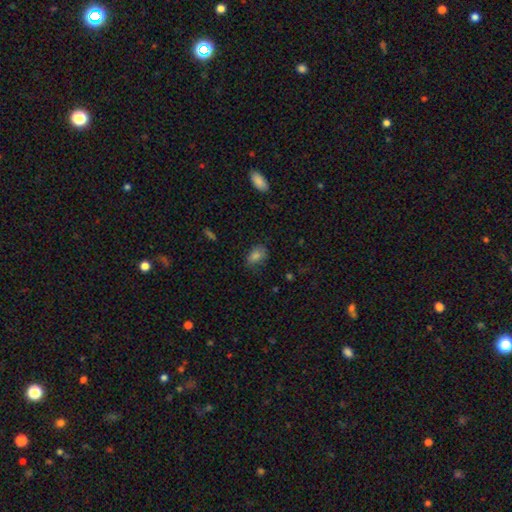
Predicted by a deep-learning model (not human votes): Smooth or featured?
  - smooth: 76% *
  - featured or disk: 12%
  - star or artifact: 12%
How rounded?
  - in between: 86% *
  - round: 12%
  - cigar-shaped: 2%
Merging?
  - none: 71% *
  - minor disturbance: 22%
  - major disturbance: 5%
  - merger: 2%